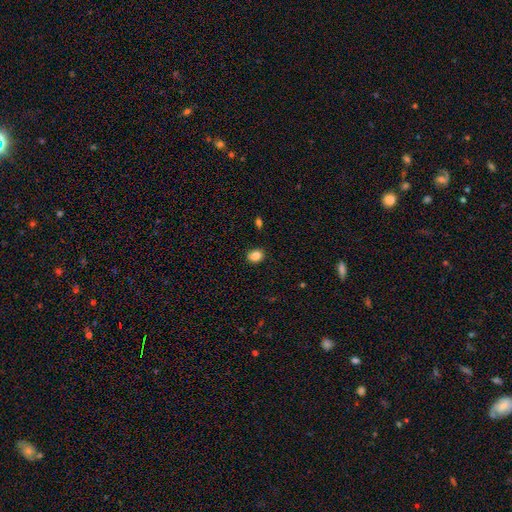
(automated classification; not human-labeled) Smooth or featured: smooth — 85% (star or artifact — 9%)
How rounded: in between — 58% (round — 41%)
Merging: none — 83% (minor disturbance — 13%)